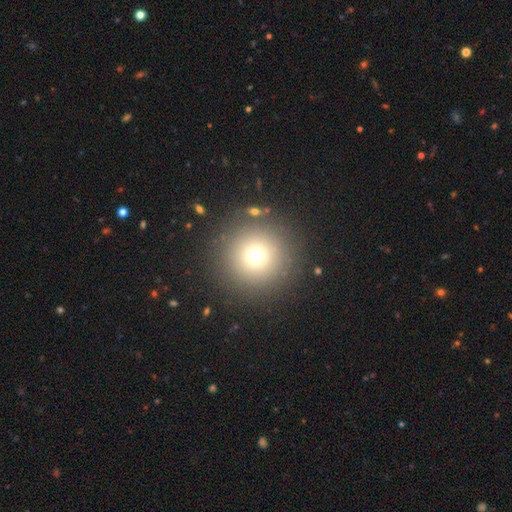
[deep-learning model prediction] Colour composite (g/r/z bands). It shows a smooth galaxy with no disk features (71%) that is round (96%). Merging: none (88%).